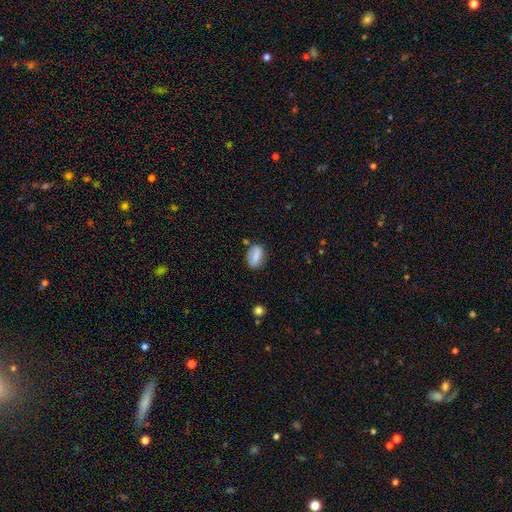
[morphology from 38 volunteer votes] This is likely a smooth galaxy (74%). How rounded: likely in between (75%). Merging: likely none (68%).